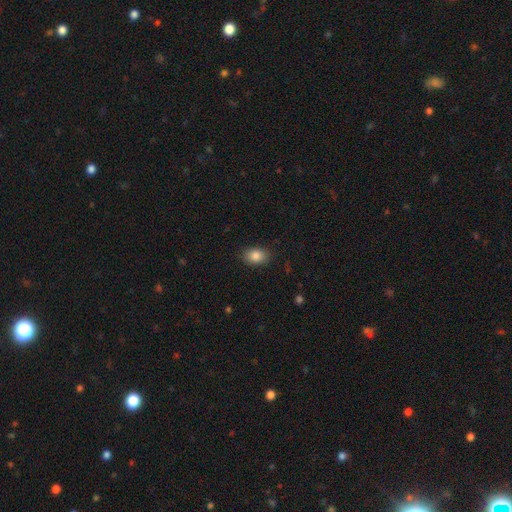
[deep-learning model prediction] Smooth or featured? Predicted: smooth (p=0.85). How rounded? Predicted: in between (p=0.81). Merging? Predicted: none (p=0.86).